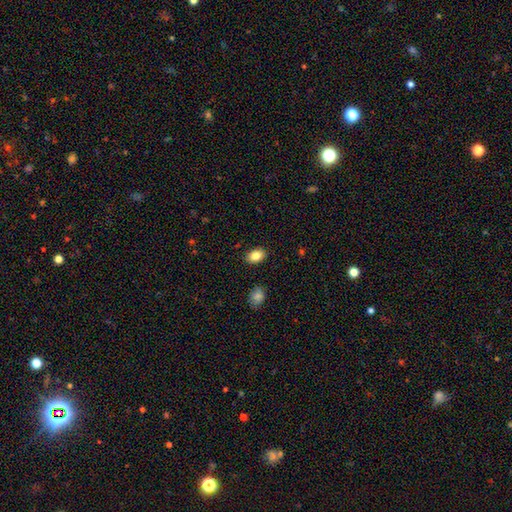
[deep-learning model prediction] Overall: smooth (85%). How rounded: in between (82%). Merging: none (88%).